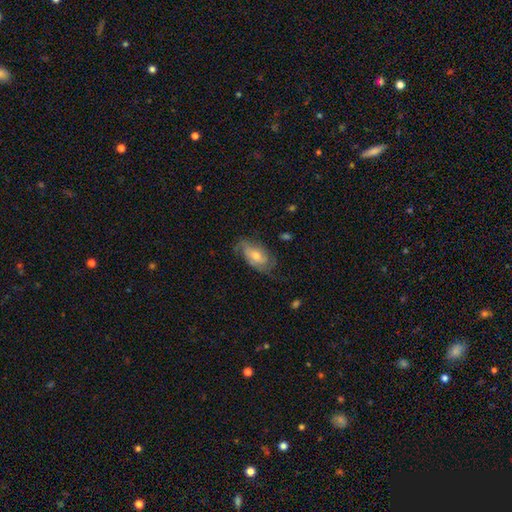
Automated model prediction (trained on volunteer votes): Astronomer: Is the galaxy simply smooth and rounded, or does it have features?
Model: featured or disk — 65%.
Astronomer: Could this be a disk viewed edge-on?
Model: no — 91%.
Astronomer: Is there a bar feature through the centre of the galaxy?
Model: no — 61%.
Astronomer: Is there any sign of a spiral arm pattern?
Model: yes — 86%.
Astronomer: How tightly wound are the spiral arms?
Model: tight — 43% (runner-up: medium, 39%).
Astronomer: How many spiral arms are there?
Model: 2 — 41% (runner-up: can't tell, 34%).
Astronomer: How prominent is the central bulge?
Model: moderate — 59%.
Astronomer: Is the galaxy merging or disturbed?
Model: none — 64%.